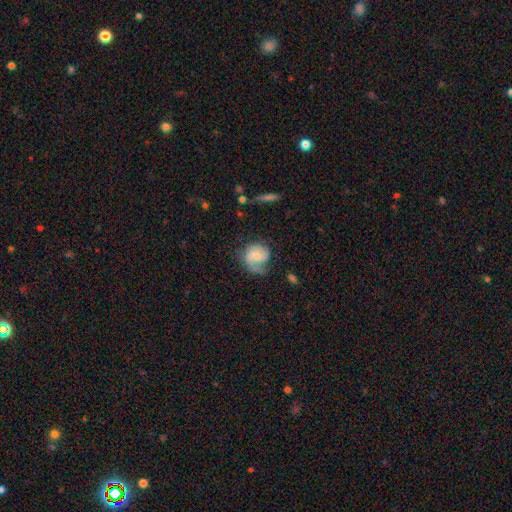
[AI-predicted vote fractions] Smooth or featured? featured or disk (55%)
Edge-on disk? no (97%)
Bar? no (52%)
Spiral arms? yes (85%)
Bulge size? small (45%)
Merging? none (49%)